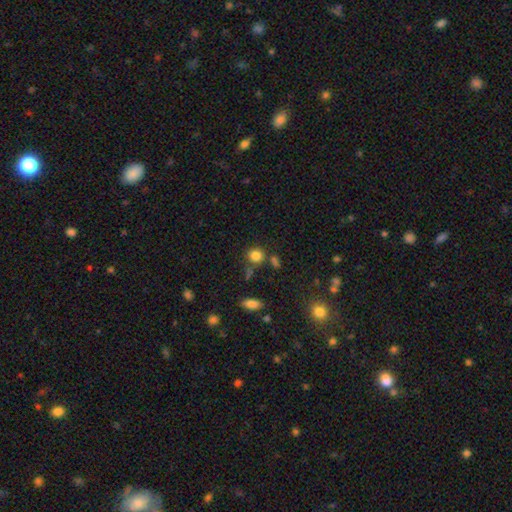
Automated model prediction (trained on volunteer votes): smooth_or_featured: smooth (p=0.82) [alt: star or artifact p=0.12]
how_rounded: round (p=0.83) [alt: in between p=0.15]
merging: none (p=0.71) [alt: merger p=0.13]